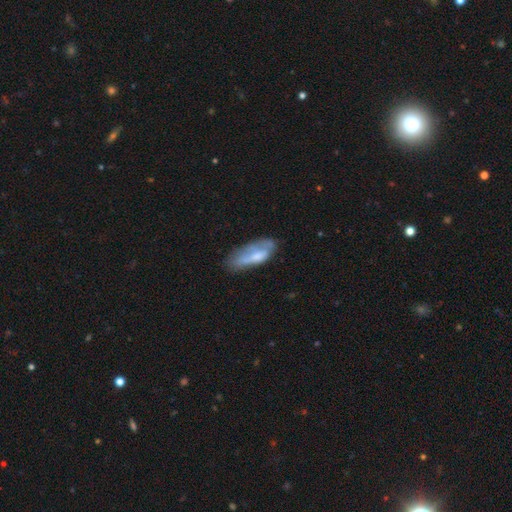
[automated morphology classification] A smooth galaxy with no disk features (55%) that is in between round and cigar-shaped (69%). Merging: none (40%).